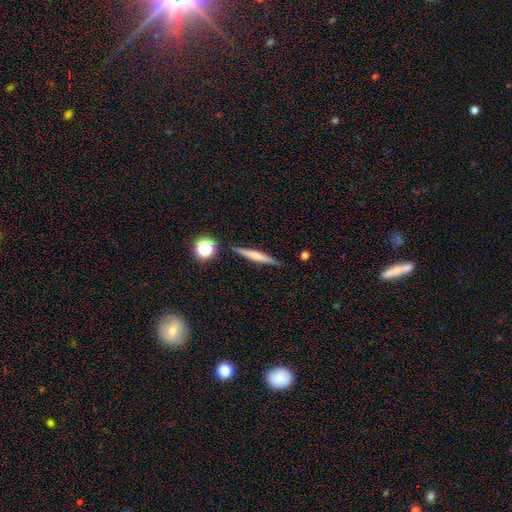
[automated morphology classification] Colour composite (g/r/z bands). It shows a smooth galaxy with no disk features (54%) that is cigar-shaped (92%). Merging: none (87%).